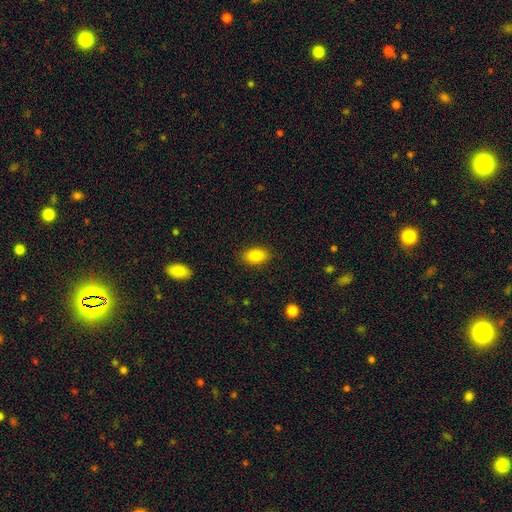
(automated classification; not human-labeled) Morphology: type=smooth (85%); roundness=in between (88%); merging=none (87%).